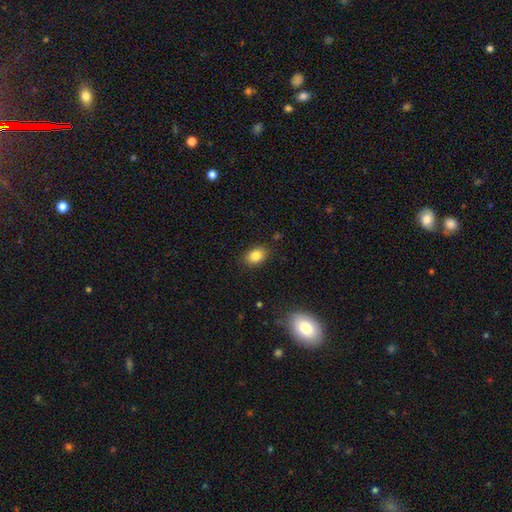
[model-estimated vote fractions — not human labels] A smooth galaxy with no disk features (84%) that is in between round and cigar-shaped (79%).

Vote fractions:
- Smooth or featured? smooth: 84% / star or artifact: 9% / featured or disk: 7%
- How rounded? in between: 79% / round: 19% / cigar-shaped: 1%
- Merging? none: 86% / minor disturbance: 11% / major disturbance: 3% / merger: 1%